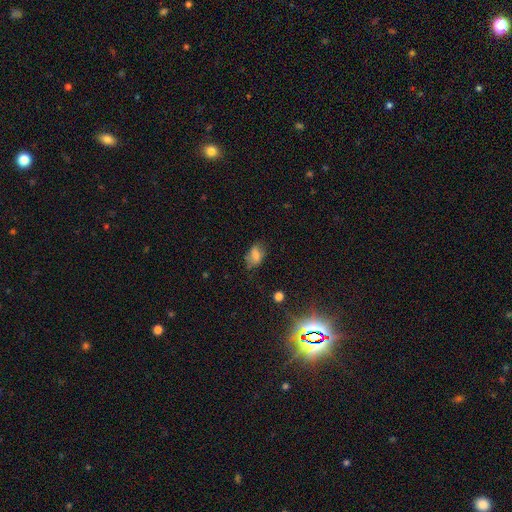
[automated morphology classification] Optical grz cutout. It shows a smooth galaxy with no disk features (74%) that is in between round and cigar-shaped (85%). Merging: none (61%).